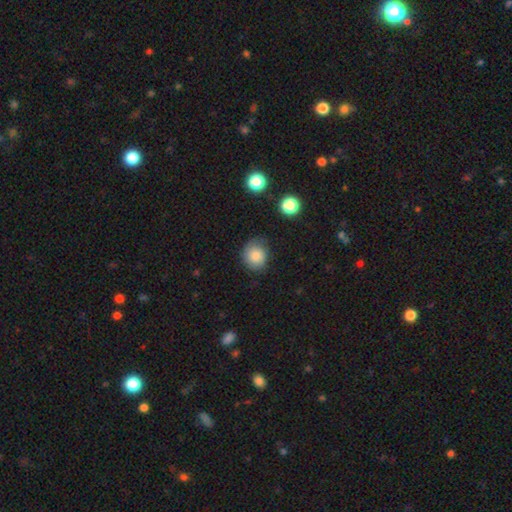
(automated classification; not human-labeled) A smooth galaxy with no disk features (82%) that is round (76%).

Vote fractions:
- Smooth or featured? smooth: 82% / star or artifact: 9% / featured or disk: 9%
- How rounded? round: 76% / in between: 23% / cigar-shaped: 1%
- Merging? none: 70% / minor disturbance: 23% / major disturbance: 6% / merger: 2%